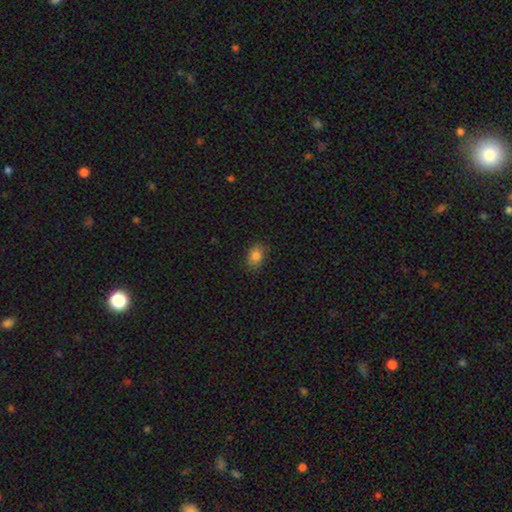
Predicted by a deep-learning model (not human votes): smooth-or-featured: smooth: 84% | star or artifact: 11% | featured or disk: 6%
  how-rounded: in between: 69% | round: 30% | cigar-shaped: 1%
  merging: none: 82% | minor disturbance: 14% | major disturbance: 3% | merger: 1%